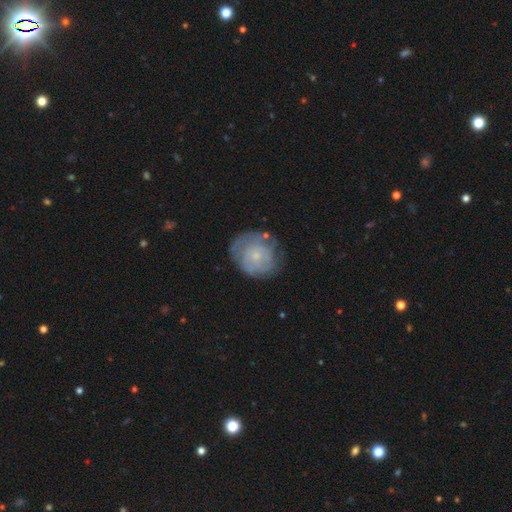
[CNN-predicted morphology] This appears to be a featured or disk galaxy (62%) with no bar (81%), spiral arms (77%) and a small central bulge (67%). Merging: none (66%).